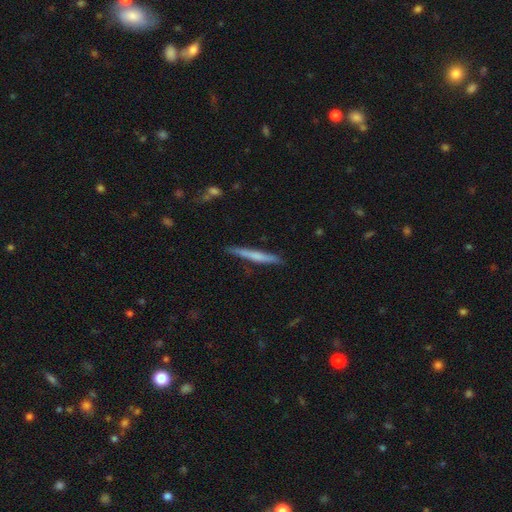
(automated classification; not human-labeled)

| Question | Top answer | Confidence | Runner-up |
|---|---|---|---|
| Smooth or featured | smooth | 53% | featured or disk (41%) |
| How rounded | cigar-shaped | 96% | in between (3%) |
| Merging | none | 85% | minor disturbance (11%) |